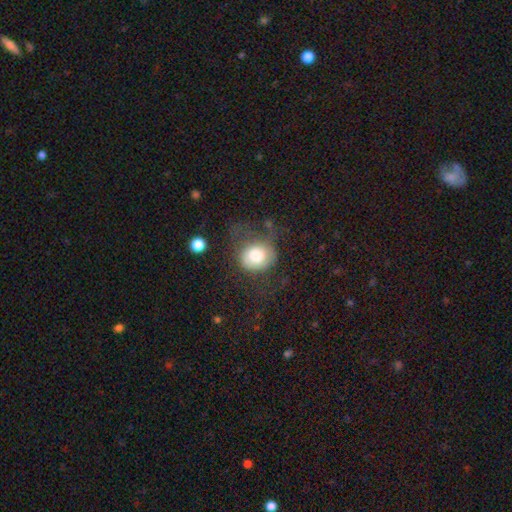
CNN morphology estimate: A smooth galaxy with no disk features (74%) that is round (74%). Merging: none (43%).